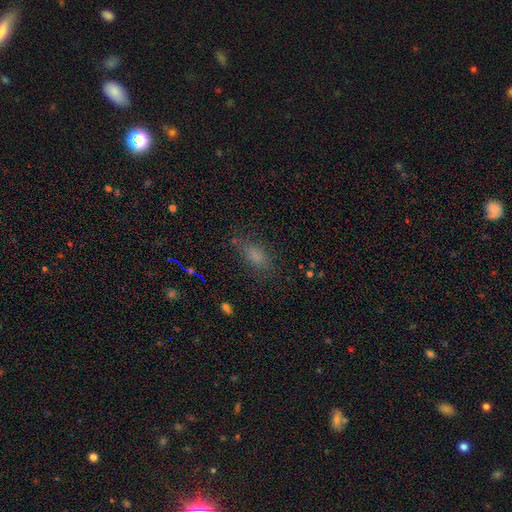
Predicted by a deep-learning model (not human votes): Morphology: type=smooth (73%); roundness=in between (78%); merging=none (73%).